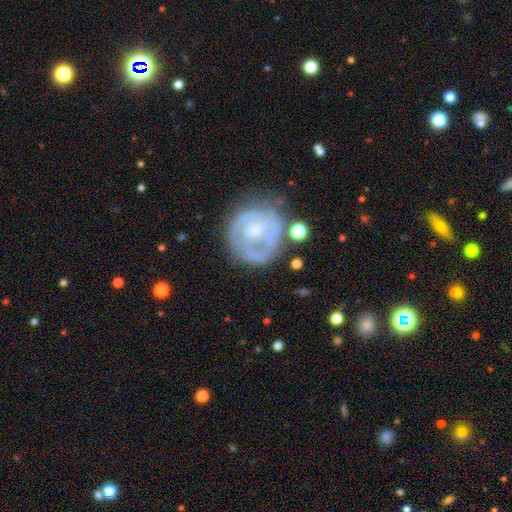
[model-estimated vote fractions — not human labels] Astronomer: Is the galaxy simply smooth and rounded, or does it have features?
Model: featured or disk — 66%.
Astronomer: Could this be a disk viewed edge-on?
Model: no — 98%.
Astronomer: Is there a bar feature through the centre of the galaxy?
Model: no — 66%.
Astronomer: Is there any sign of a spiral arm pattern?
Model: yes — 56% (runner-up: no, 44%).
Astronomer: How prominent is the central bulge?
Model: moderate — 38% (runner-up: small, 26%).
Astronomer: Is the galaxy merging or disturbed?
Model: none — 56%.